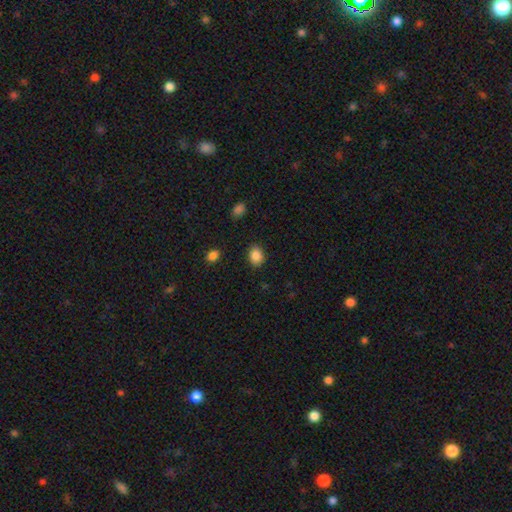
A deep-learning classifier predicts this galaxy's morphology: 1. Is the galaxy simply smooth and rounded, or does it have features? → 87% smooth, 9% star or artifact, 4% featured or disk.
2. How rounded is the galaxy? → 67% in between, 33% round, 1% cigar-shaped.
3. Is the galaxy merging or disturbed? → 86% none, 10% minor disturbance, 3% major disturbance, 1% merger.